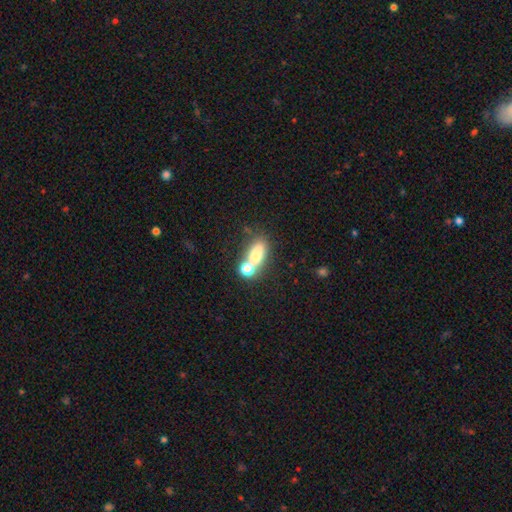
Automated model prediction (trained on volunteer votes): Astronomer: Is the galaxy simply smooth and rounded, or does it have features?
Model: smooth — 73%.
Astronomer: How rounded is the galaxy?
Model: in between — 74%.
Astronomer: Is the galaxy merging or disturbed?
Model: merger — 43% (runner-up: none, 39%).